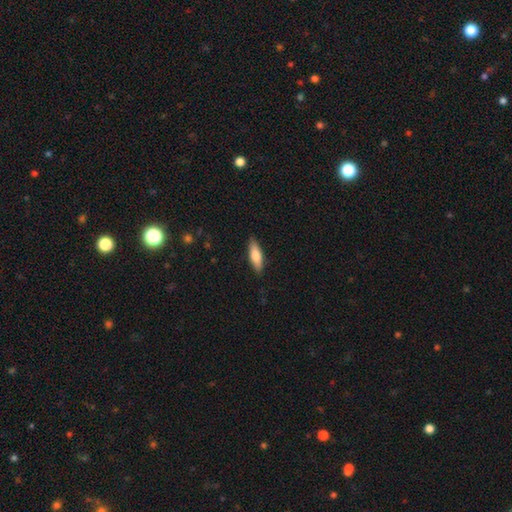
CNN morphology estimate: smooth_or_featured: smooth (p=0.71) [alt: featured or disk p=0.23]
how_rounded: in between (p=0.54) [alt: cigar-shaped p=0.44]
merging: none (p=0.87) [alt: minor disturbance p=0.10]